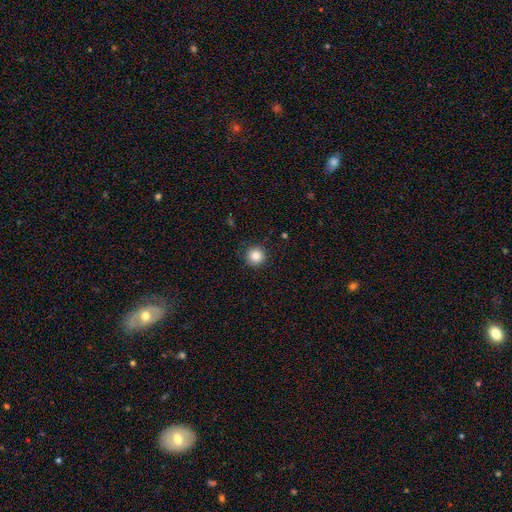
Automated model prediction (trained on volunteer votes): smooth-or-featured: smooth: 86% | star or artifact: 10% | featured or disk: 4%
  how-rounded: round: 95% | in between: 4% | cigar-shaped: 1%
  merging: none: 89% | minor disturbance: 7% | major disturbance: 2% | merger: 1%